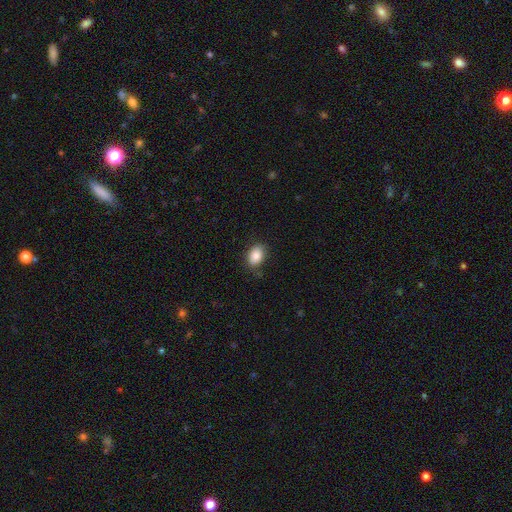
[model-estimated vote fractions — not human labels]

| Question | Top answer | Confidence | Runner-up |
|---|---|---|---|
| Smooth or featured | smooth | 86% | star or artifact (8%) |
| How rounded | in between | 80% | round (19%) |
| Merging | none | 80% | minor disturbance (16%) |